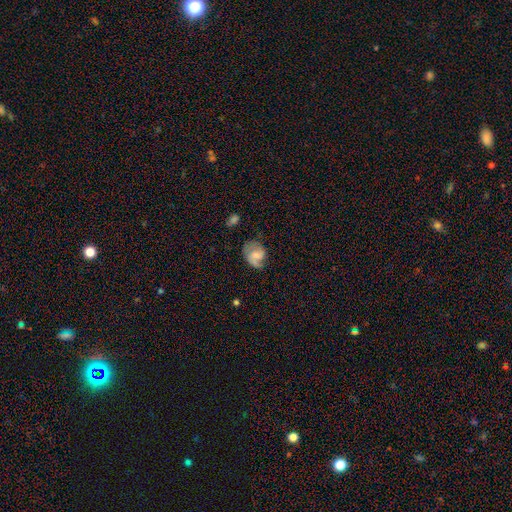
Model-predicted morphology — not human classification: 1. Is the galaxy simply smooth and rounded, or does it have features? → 49% featured or disk, 42% smooth, 9% star or artifact.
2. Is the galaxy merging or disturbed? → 45% none, 29% minor disturbance, 23% major disturbance, 3% merger.